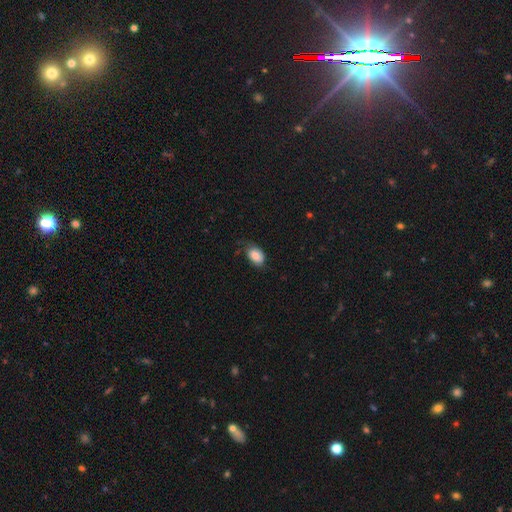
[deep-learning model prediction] Q: Smooth or featured?
A: smooth (83%); runner-up: featured or disk (9%)
Q: How rounded?
A: in between (89%); runner-up: round (10%)
Q: Merging?
A: none (59%); runner-up: minor disturbance (31%)